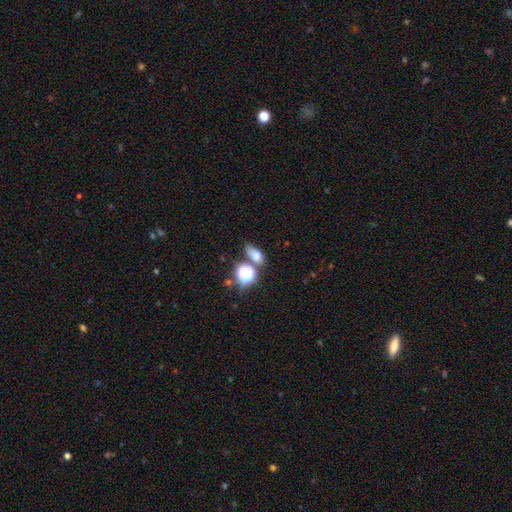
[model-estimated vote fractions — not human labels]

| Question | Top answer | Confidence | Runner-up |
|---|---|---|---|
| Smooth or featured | smooth | 66% | star or artifact (23%) |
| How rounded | in between | 65% | round (28%) |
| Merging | none | 56% | merger (21%) |